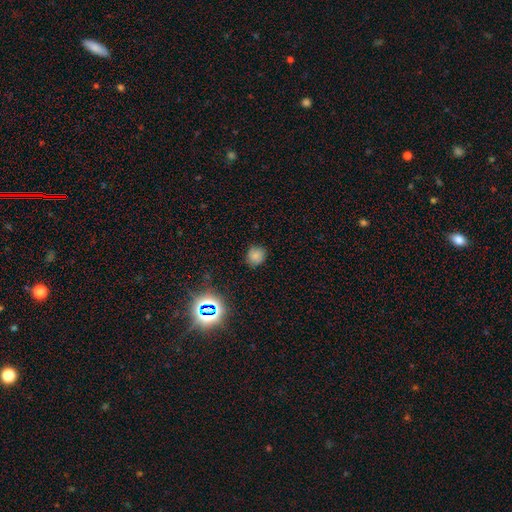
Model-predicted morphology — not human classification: smooth-or-featured: smooth: 76% | star or artifact: 18% | featured or disk: 6%
  how-rounded: round: 86% | in between: 13% | cigar-shaped: 1%
  merging: none: 84% | minor disturbance: 12% | major disturbance: 3% | merger: 1%